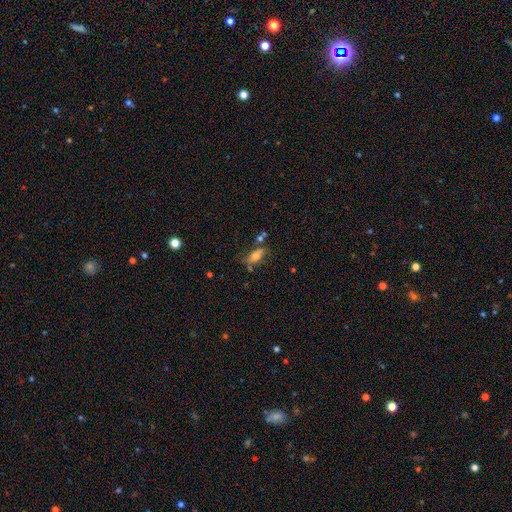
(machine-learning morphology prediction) smooth_or_featured: smooth (p=0.56) [alt: featured or disk p=0.33]
how_rounded: in between (p=0.74) [alt: cigar-shaped p=0.20]
merging: none (p=0.56) [alt: minor disturbance p=0.21]